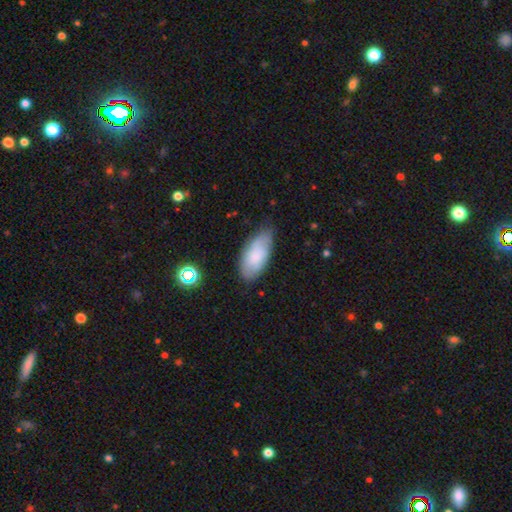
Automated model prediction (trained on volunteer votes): A smooth galaxy with no disk features (74%) that is in between round and cigar-shaped (91%).

Vote fractions:
- Smooth or featured? smooth: 74% / featured or disk: 19% / star or artifact: 7%
- How rounded? in between: 91% / cigar-shaped: 7% / round: 2%
- Merging? none: 67% / minor disturbance: 26% / major disturbance: 5% / merger: 2%